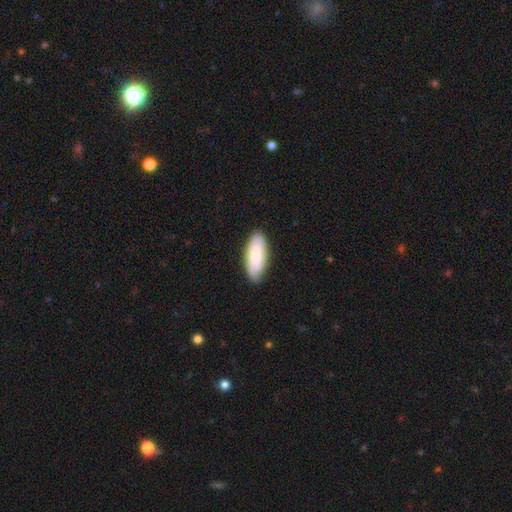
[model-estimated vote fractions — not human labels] The model was most divided on "how rounded": in between: 78%, cigar-shaped: 20%, round: 2%. More confident: merging — none (82%); smooth or featured — smooth (76%).